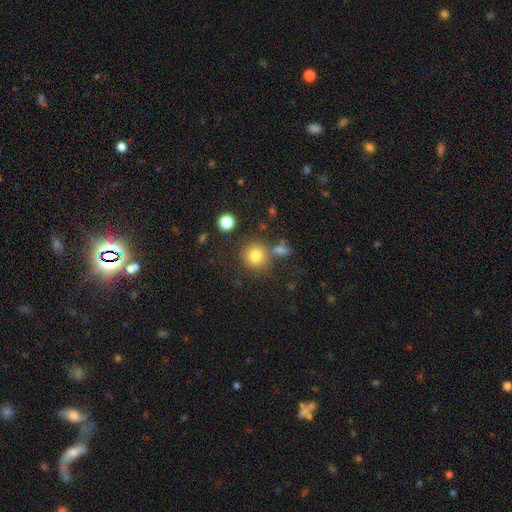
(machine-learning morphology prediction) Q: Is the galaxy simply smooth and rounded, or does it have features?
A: smooth — 80%.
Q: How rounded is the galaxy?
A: round — 90%.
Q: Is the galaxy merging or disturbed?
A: none — 71%.